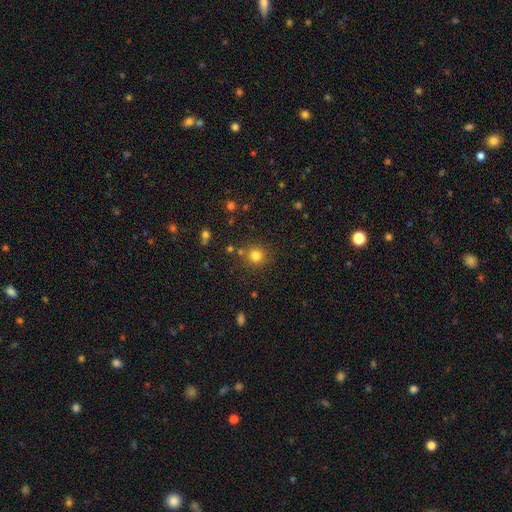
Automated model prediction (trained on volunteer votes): Smooth or featured: smooth — 80% (star or artifact — 14%)
How rounded: round — 91% (in between — 8%)
Merging: none — 82% (minor disturbance — 9%)